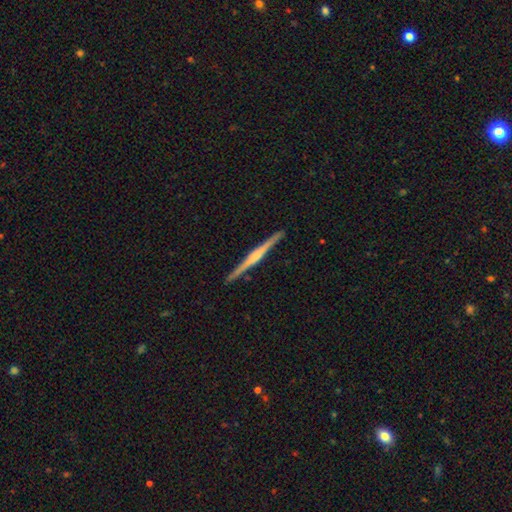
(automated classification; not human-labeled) Smooth or featured? featured or disk (76%)
Edge-on disk? yes (98%)
Edge-on bulge? rounded (54%)
Merging? none (92%)